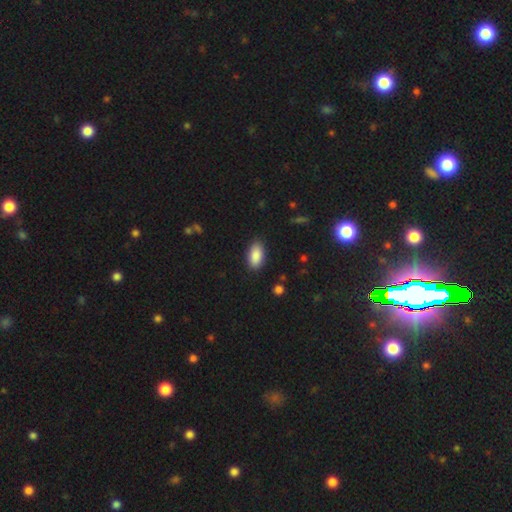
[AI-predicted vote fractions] Smooth or featured? Predicted: smooth (p=0.89). How rounded? Predicted: in between (p=0.93). Merging? Predicted: none (p=0.87).